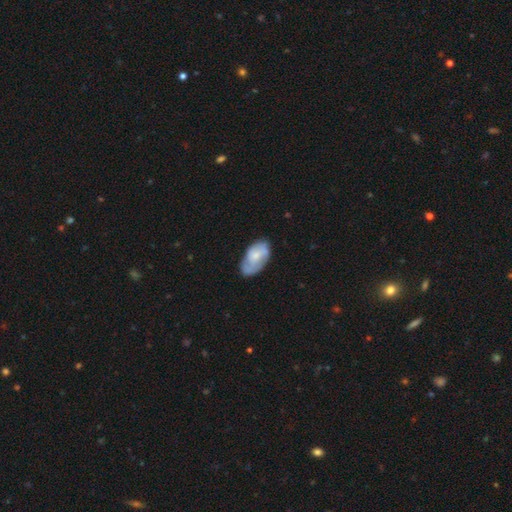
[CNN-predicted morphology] This is possibly a smooth galaxy (48%). Merging: likely none (61%).